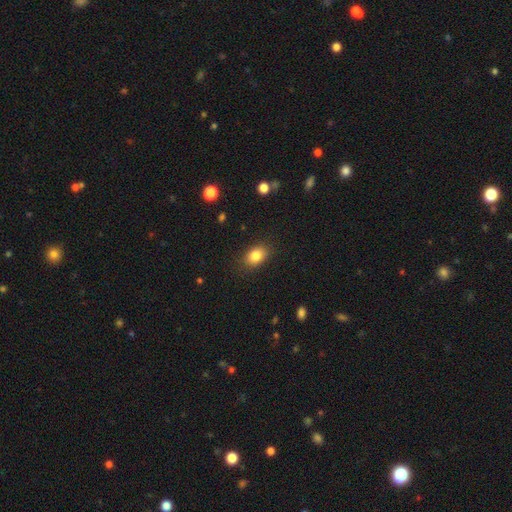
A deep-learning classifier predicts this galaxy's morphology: A smooth galaxy with no disk features (84%) that is in between round and cigar-shaped (78%). Merging: none (85%).